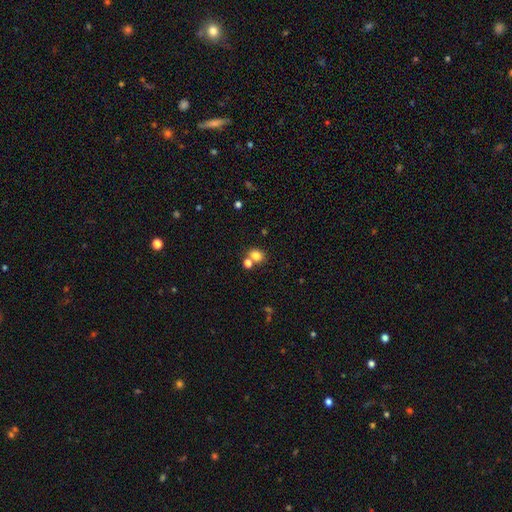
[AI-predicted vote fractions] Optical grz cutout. It shows a smooth galaxy with no disk features (80%) that is round (54%). Merging: none (57%).